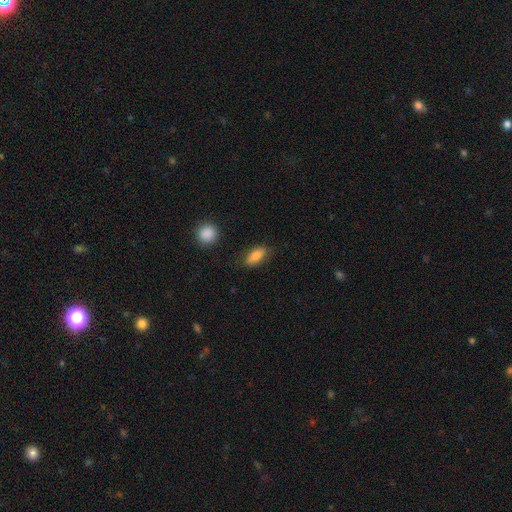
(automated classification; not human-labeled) A smooth galaxy with no disk features (80%) that is in between round and cigar-shaped (83%). Merging: none (80%).